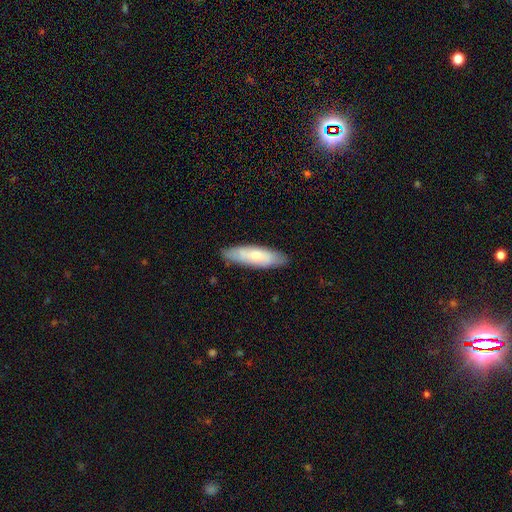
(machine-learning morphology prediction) smooth 61%, featured or disk 34%, star or artifact 6%. Down the decision tree: how rounded — cigar-shaped (50%); merging — none (84%).